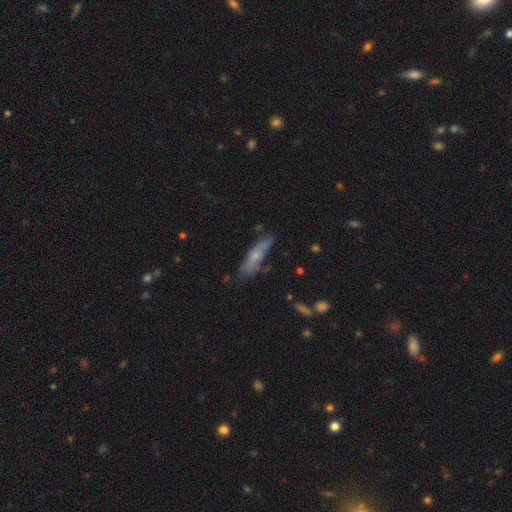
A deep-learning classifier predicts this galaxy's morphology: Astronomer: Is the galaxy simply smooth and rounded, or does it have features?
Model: smooth — 55% (runner-up: featured or disk, 37%).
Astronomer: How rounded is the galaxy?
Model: cigar-shaped — 72%.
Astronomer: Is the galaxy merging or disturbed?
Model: none — 72%.